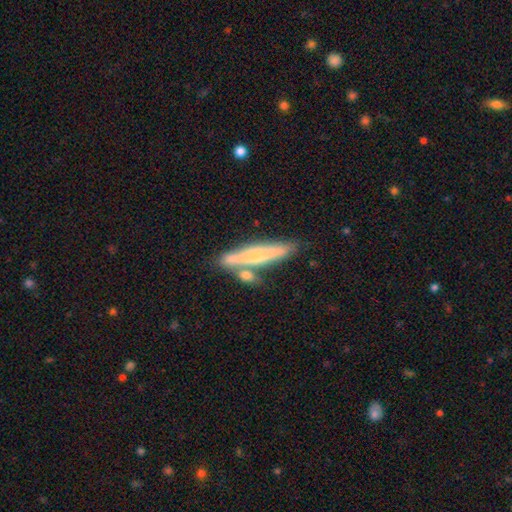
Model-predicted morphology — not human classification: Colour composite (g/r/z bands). It shows a smooth galaxy with no disk features (55%) that is cigar-shaped (87%). Merging: none (62%).